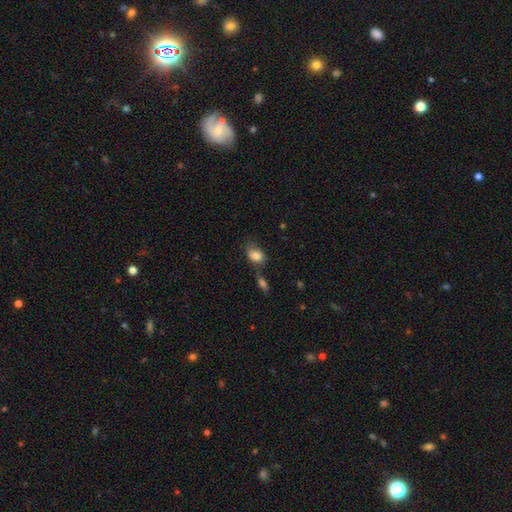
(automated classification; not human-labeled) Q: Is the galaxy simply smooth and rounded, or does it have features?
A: smooth — 83%.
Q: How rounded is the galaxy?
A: in between — 81%.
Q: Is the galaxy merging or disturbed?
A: none — 49%.